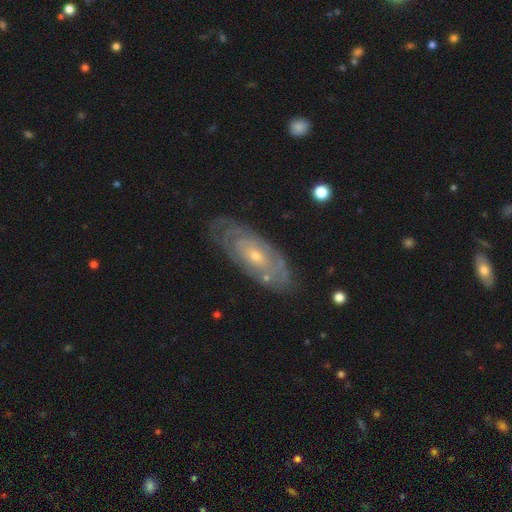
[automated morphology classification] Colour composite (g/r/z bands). It shows a featured or disk galaxy (78%) with no bar (79%), tight (80%) spiral arms (83%) and a small central bulge (72%). Merging: none (74%).